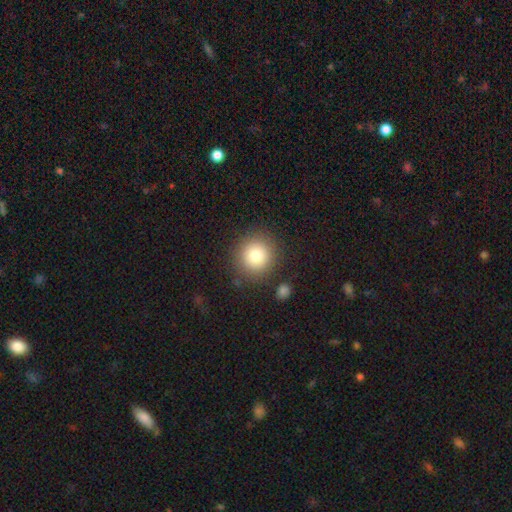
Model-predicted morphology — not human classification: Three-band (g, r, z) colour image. It shows a smooth galaxy with no disk features (79%) that is round (91%). Merging: none (85%).